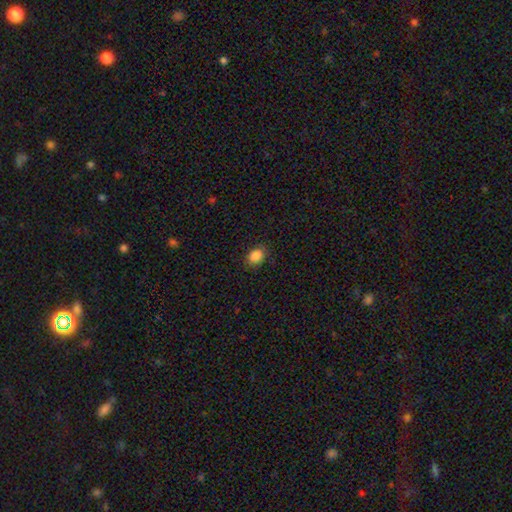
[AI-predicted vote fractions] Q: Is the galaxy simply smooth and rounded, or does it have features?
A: smooth — 87%.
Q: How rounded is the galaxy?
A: in between — 57%.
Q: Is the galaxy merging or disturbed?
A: none — 86%.